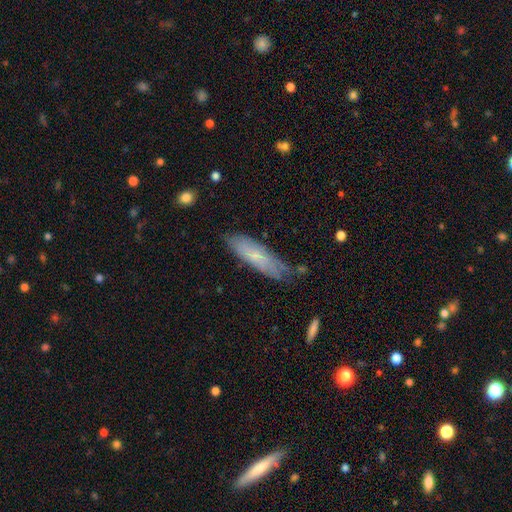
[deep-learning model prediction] This is possibly a smooth galaxy (60%). How rounded: likely cigar-shaped (63%). Merging: likely none (66%).